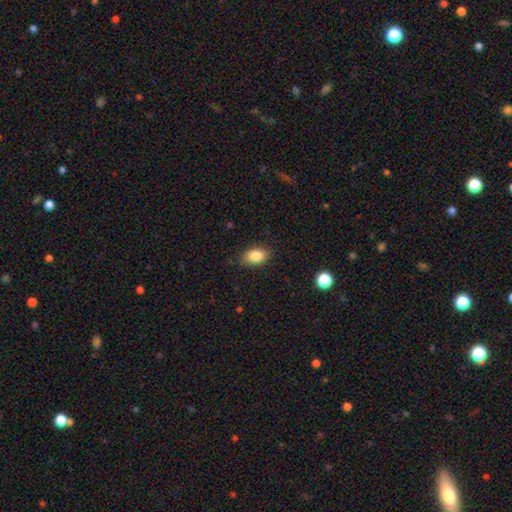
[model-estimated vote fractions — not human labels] A smooth galaxy with no disk features (85%) that is in between round and cigar-shaped (89%).

Vote fractions:
- Smooth or featured? smooth: 85% / star or artifact: 8% / featured or disk: 7%
- How rounded? in between: 89% / round: 9% / cigar-shaped: 2%
- Merging? none: 84% / minor disturbance: 12% / major disturbance: 3% / merger: 1%